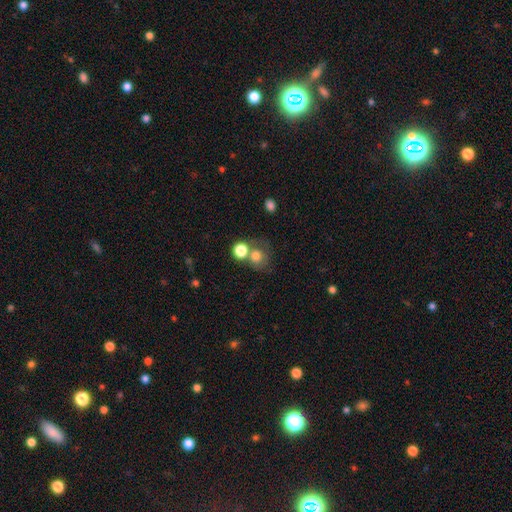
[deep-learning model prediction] smooth_or_featured: smooth (p=0.74) [alt: featured or disk p=0.13]
how_rounded: round (p=0.79) [alt: in between p=0.20]
merging: none (p=0.46) [alt: merger p=0.35]